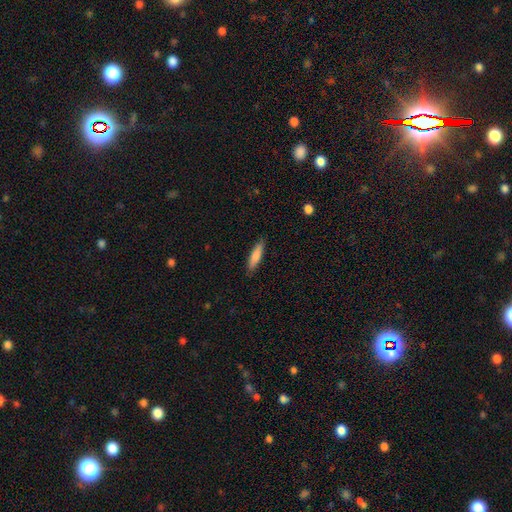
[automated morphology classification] Smooth or featured? smooth (79%)
How rounded? cigar-shaped (74%)
Merging? none (88%)